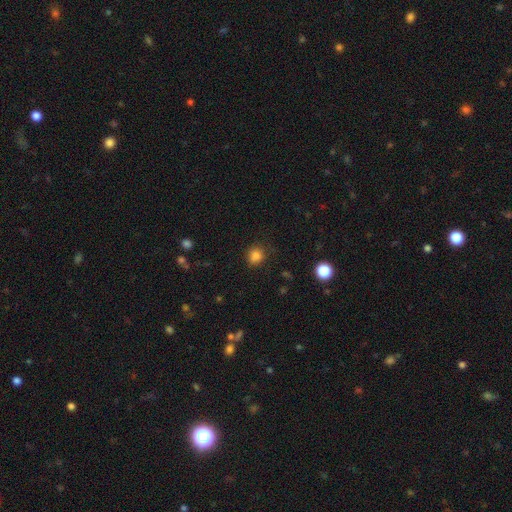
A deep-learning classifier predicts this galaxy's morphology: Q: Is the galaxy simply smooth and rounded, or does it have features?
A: smooth — 83%.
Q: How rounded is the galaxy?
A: round — 83%.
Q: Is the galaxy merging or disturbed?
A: none — 83%.